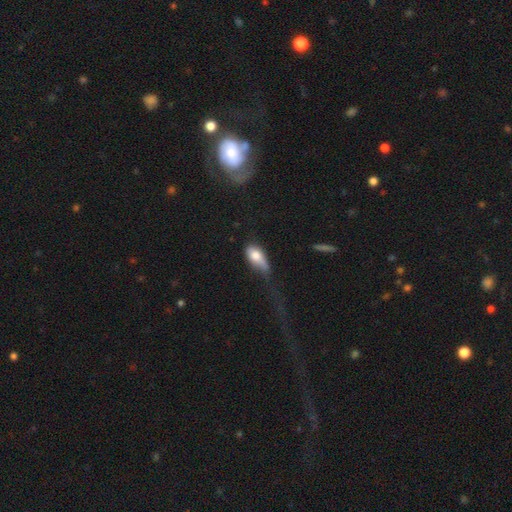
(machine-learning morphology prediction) Smooth or featured: smooth — 71% (featured or disk — 22%)
How rounded: in between — 86% (cigar-shaped — 7%)
Merging: major disturbance — 46% (minor disturbance — 30%)